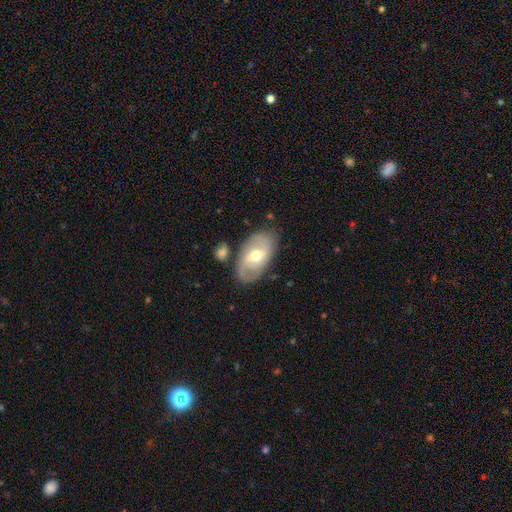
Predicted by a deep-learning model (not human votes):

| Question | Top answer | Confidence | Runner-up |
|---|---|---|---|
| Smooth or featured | featured or disk | 67% | smooth (27%) |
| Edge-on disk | no | 93% | yes (7%) |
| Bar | weak | 47% | no (36%) |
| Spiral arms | yes | 74% | no (26%) |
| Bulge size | moderate | 72% | small (22%) |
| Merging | none | 73% | minor disturbance (16%) |